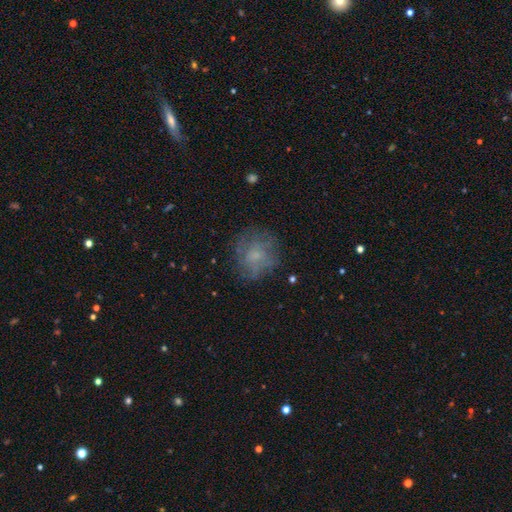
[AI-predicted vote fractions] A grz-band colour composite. It shows a smooth galaxy with no disk features (51%) that is round (81%). Merging: none (67%).